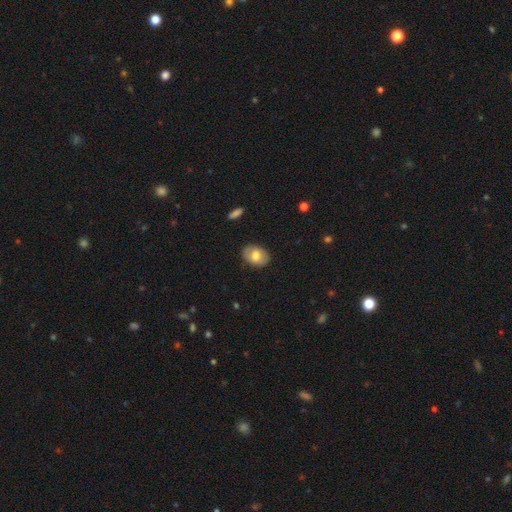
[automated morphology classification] smooth_or_featured: smooth (p=0.68) [alt: featured or disk p=0.25]
how_rounded: in between (p=0.73) [alt: round p=0.26]
merging: none (p=0.85) [alt: minor disturbance p=0.12]